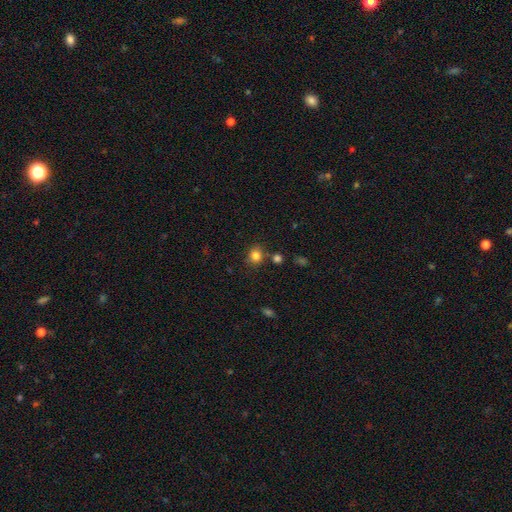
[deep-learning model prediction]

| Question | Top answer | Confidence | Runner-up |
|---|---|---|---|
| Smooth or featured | smooth | 82% | star or artifact (12%) |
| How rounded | round | 75% | in between (24%) |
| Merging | none | 77% | minor disturbance (11%) |